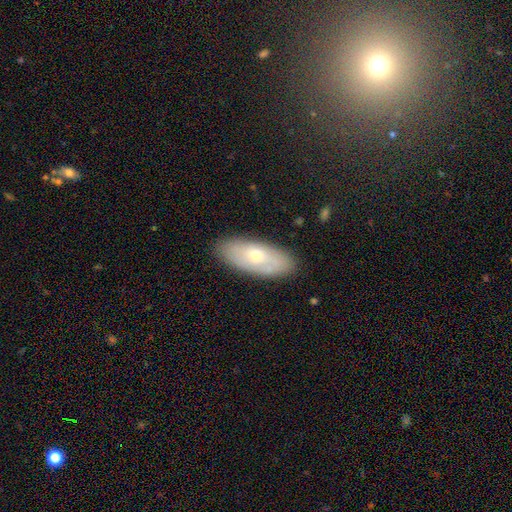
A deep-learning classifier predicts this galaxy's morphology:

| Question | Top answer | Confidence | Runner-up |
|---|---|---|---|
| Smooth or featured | smooth | 53% | featured or disk (41%) |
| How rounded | in between | 83% | cigar-shaped (15%) |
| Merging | none | 84% | minor disturbance (12%) |